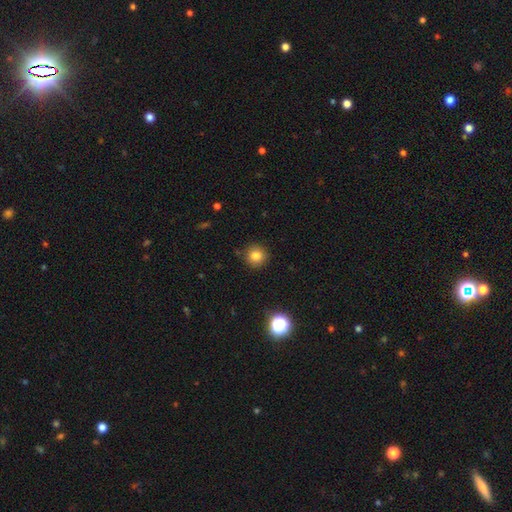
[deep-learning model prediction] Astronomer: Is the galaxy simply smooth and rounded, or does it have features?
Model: smooth — 81%.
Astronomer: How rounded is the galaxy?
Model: round — 94%.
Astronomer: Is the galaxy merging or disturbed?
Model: none — 90%.